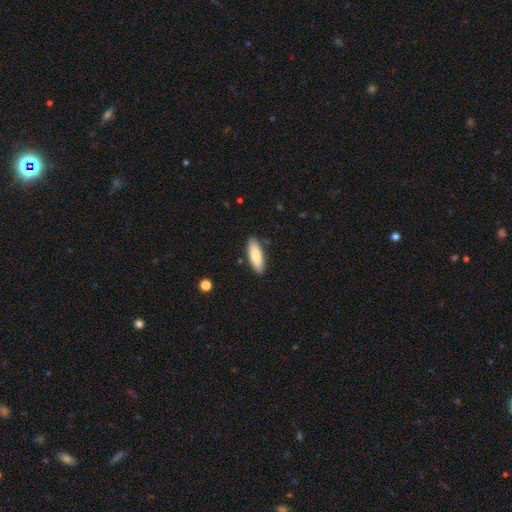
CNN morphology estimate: Q: Smooth or featured?
A: smooth (80%); runner-up: featured or disk (15%)
Q: How rounded?
A: in between (60%); runner-up: cigar-shaped (38%)
Q: Merging?
A: none (86%); runner-up: minor disturbance (11%)